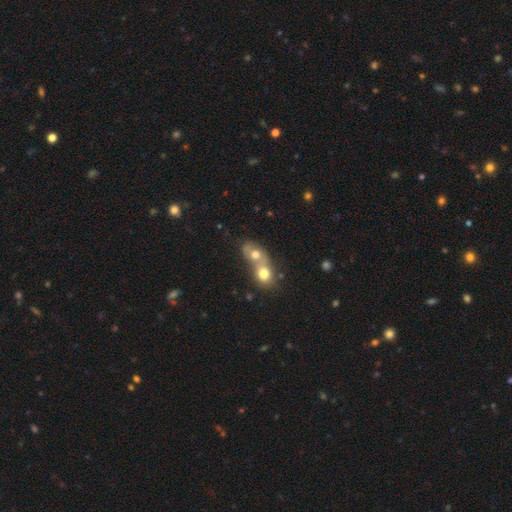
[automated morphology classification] A smooth galaxy with no disk features (62%) that is round (61%). Merging: merger (76%).